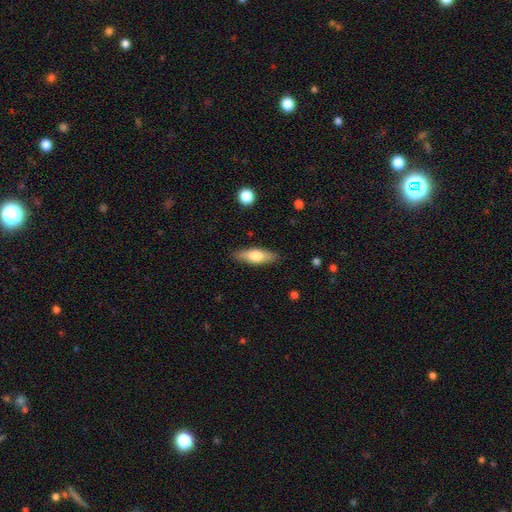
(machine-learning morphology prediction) Smooth or featured? Predicted: smooth (p=0.66). How rounded? Predicted: in between (p=0.54). Merging? Predicted: none (p=0.86).